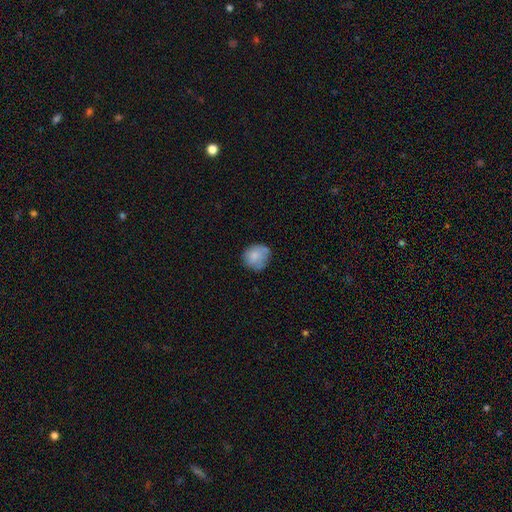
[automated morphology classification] This is likely a smooth galaxy (78%). How rounded: likely round (77%). Merging: likely none (64%).